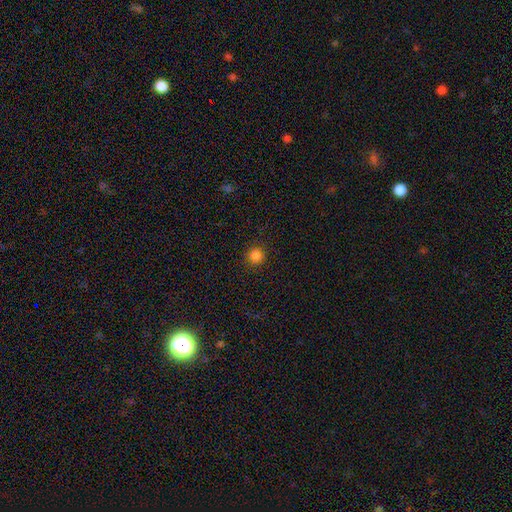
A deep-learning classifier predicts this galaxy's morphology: smooth-or-featured: smooth: 83% | star or artifact: 14% | featured or disk: 3%
  how-rounded: round: 93% | in between: 6% | cigar-shaped: 1%
  merging: none: 90% | minor disturbance: 6% | major disturbance: 2% | merger: 1%